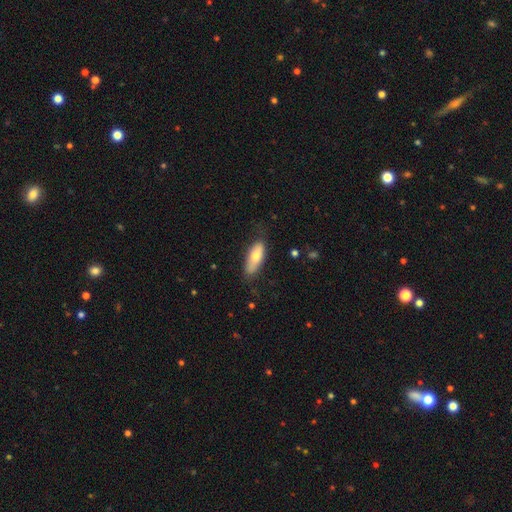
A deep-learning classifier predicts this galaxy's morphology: Smooth or featured: smooth — 69% (featured or disk — 25%)
How rounded: in between — 70% (cigar-shaped — 28%)
Merging: none — 73% (minor disturbance — 21%)